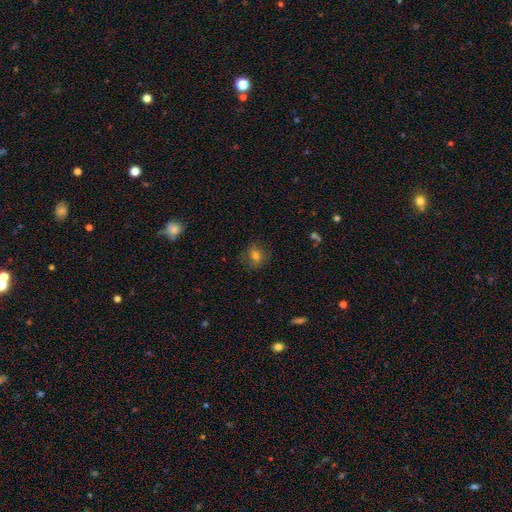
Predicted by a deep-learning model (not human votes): A smooth galaxy with no disk features (67%) that is round (58%).

Vote fractions:
- Smooth or featured? smooth: 67% / featured or disk: 19% / star or artifact: 13%
- How rounded? round: 58% / in between: 41% / cigar-shaped: 2%
- Merging? none: 76% / minor disturbance: 16% / major disturbance: 6% / merger: 1%